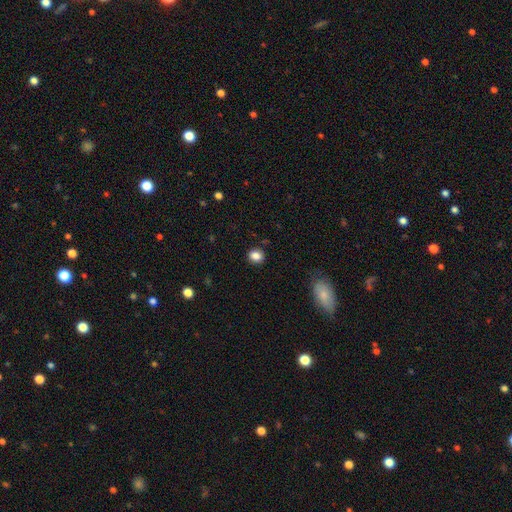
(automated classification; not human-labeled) Morphology: type=smooth (85%); roundness=round (69%); merging=none (88%).